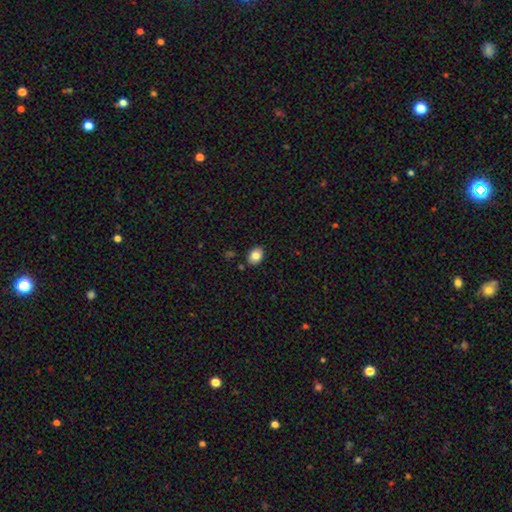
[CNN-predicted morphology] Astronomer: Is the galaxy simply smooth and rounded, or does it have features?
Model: smooth — 83%.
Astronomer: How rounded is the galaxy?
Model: in between — 72%.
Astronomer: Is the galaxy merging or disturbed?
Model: none — 86%.